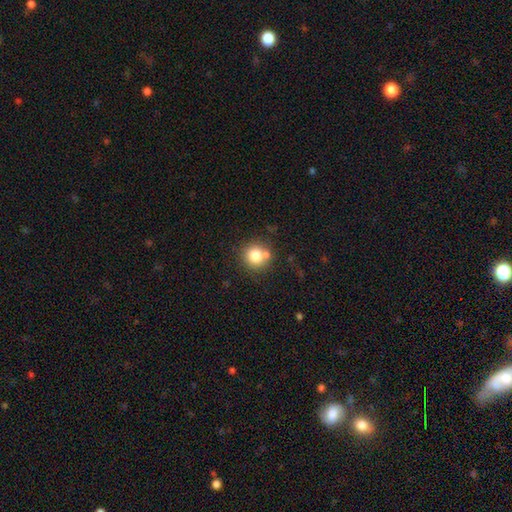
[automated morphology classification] Q: Smooth or featured?
A: smooth (79%); runner-up: star or artifact (11%)
Q: How rounded?
A: round (90%); runner-up: in between (9%)
Q: Merging?
A: none (69%); runner-up: merger (16%)